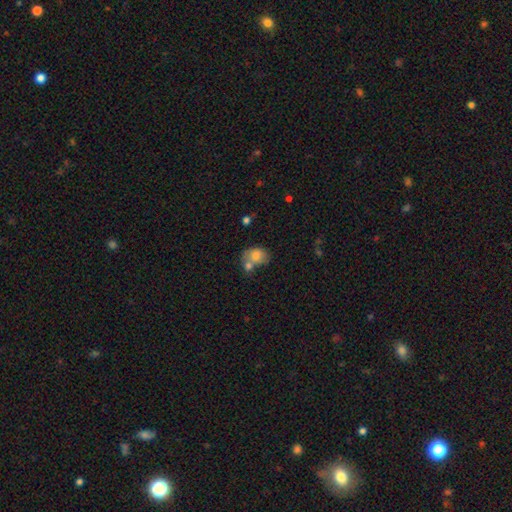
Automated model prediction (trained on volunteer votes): The model was most divided on "merging": merger: 47%, none: 34%, minor disturbance: 14%, major disturbance: 6%. More confident: smooth or featured — smooth (76%); how rounded — in between (57%).